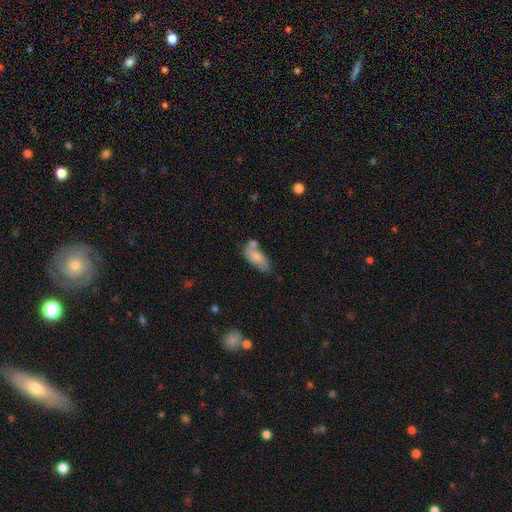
Volunteers were most divided on "merging": none: 40%, merger: 31%, minor disturbance: 23%, major disturbance: 6%. More confident: how rounded — in between (93%); smooth or featured — smooth (81%).